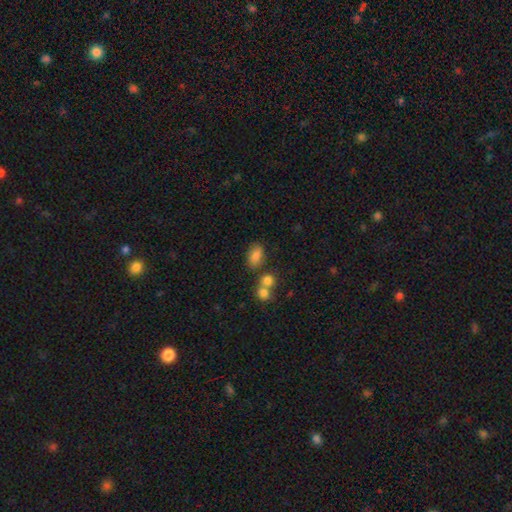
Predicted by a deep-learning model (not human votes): smooth-or-featured: smooth: 82% | star or artifact: 11% | featured or disk: 7%
  how-rounded: in between: 86% | round: 12% | cigar-shaped: 2%
  merging: none: 65% | merger: 16% | minor disturbance: 14% | major disturbance: 5%